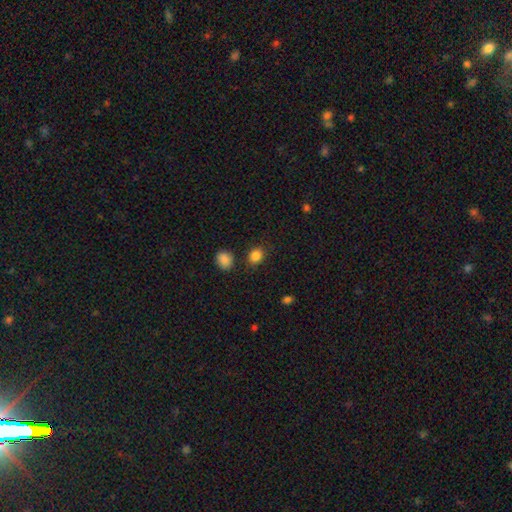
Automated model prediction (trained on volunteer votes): smooth-or-featured: smooth: 86% | star or artifact: 10% | featured or disk: 4%
  how-rounded: round: 60% | in between: 39% | cigar-shaped: 1%
  merging: none: 81% | minor disturbance: 11% | merger: 5% | major disturbance: 3%